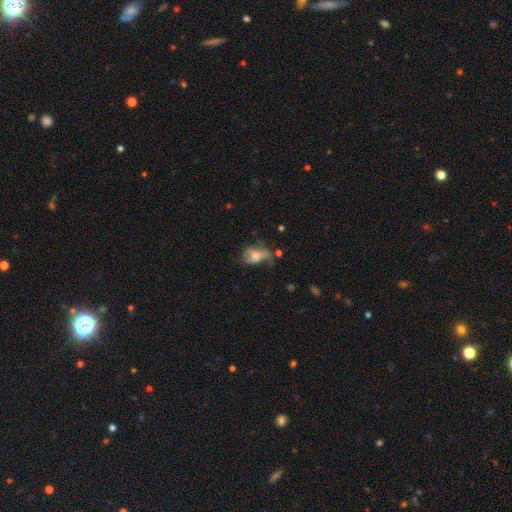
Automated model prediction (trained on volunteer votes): smooth_or_featured: smooth (p=0.57) [alt: featured or disk p=0.33]
how_rounded: in between (p=0.84) [alt: round p=0.13]
merging: major disturbance (p=0.32) [alt: minor disturbance p=0.31]